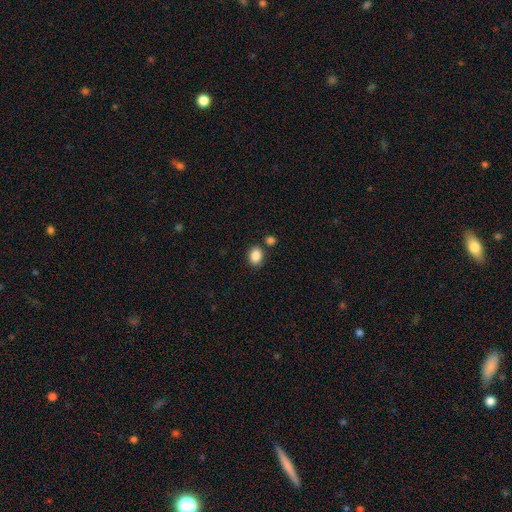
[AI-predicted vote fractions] A smooth galaxy with no disk features (87%) that is in between round and cigar-shaped (58%). Merging: none (78%).